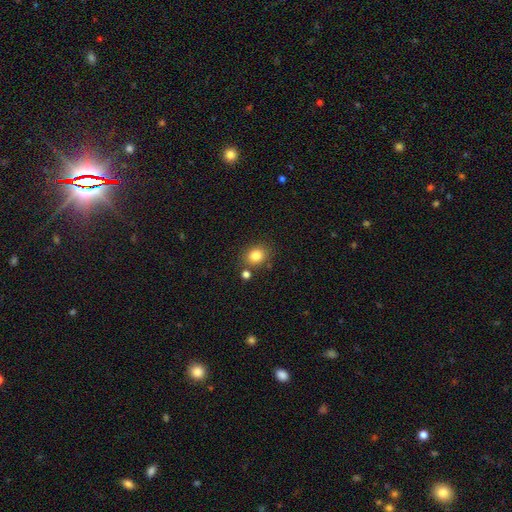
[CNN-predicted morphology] This is clearly a smooth galaxy (83%). How rounded: likely round (63%). Merging: likely none (77%).